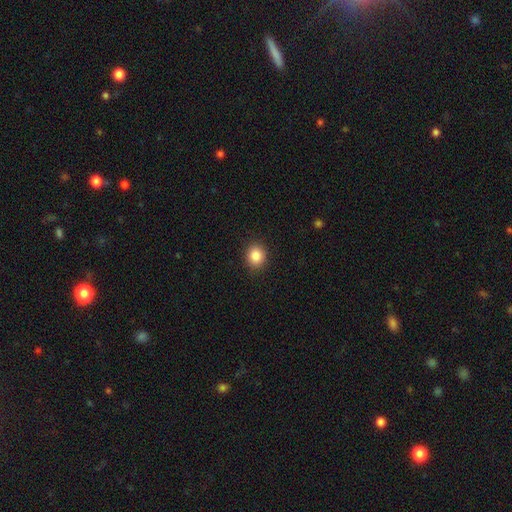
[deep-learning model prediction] Smooth or featured? Predicted: smooth (p=0.86). How rounded? Predicted: round (p=0.74). Merging? Predicted: none (p=0.90).